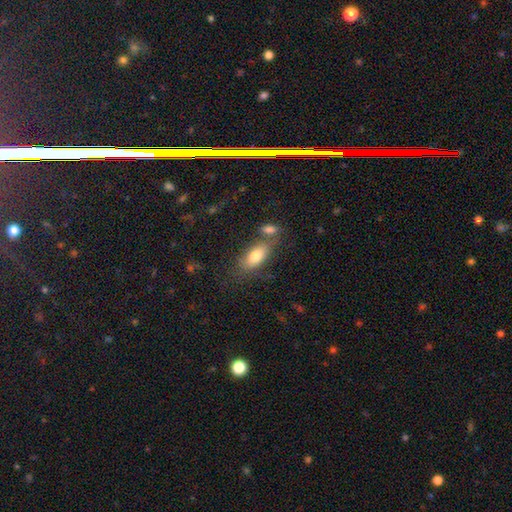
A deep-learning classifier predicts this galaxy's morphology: Smooth or featured?
  - smooth: 77% *
  - featured or disk: 15%
  - star or artifact: 7%
How rounded?
  - in between: 85% *
  - cigar-shaped: 11%
  - round: 4%
Merging?
  - none: 60% *
  - merger: 19%
  - minor disturbance: 15%
  - major disturbance: 6%